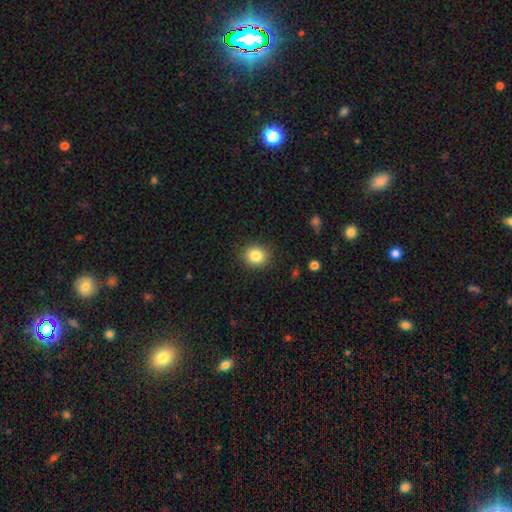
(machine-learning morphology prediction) type=smooth (84%); roundness=round (75%); merging=none (89%).